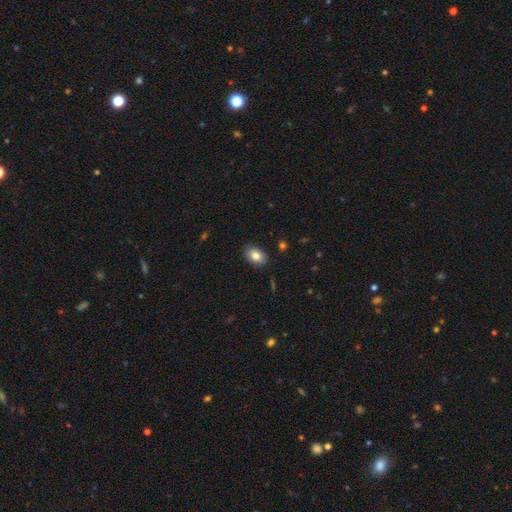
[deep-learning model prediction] smooth-or-featured: smooth: 83% | featured or disk: 9% | star or artifact: 8%
  how-rounded: in between: 84% | round: 15% | cigar-shaped: 1%
  merging: none: 87% | minor disturbance: 9% | major disturbance: 2% | merger: 1%